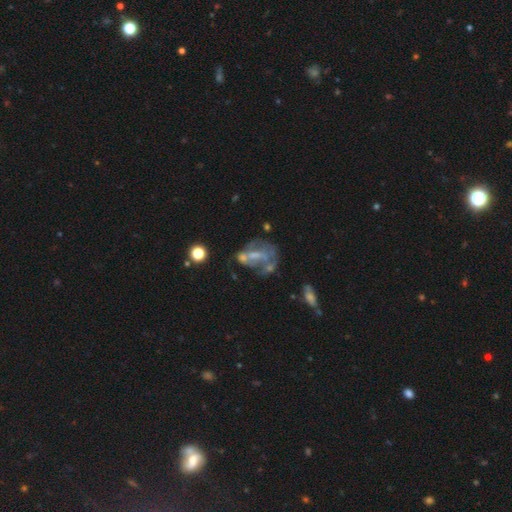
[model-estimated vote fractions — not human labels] The model was most divided on "merging": none: 32%, major disturbance: 31%, merger: 20%, minor disturbance: 17%. Remaining: edge-on disk — no (96%); spiral arms — no (68%); smooth or featured — featured or disk (65%); bar — no (55%); bulge size — none (43%).